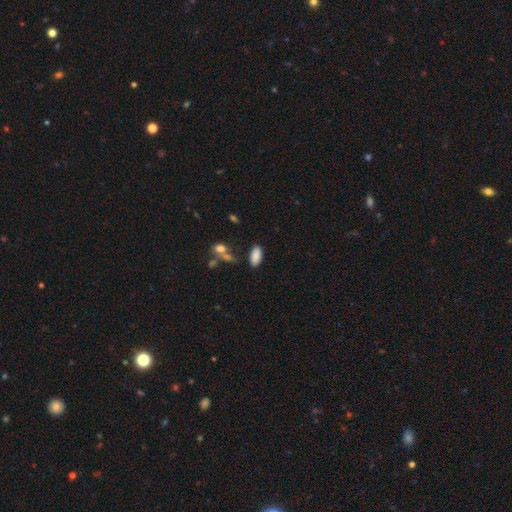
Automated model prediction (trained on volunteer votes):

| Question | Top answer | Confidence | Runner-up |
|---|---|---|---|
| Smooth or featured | smooth | 87% | star or artifact (8%) |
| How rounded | in between | 91% | cigar-shaped (7%) |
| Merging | none | 77% | minor disturbance (13%) |